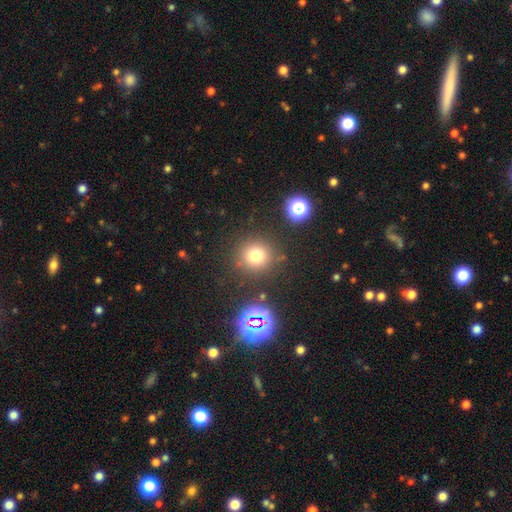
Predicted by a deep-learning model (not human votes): A smooth galaxy with no disk features (74%) that is round (93%). Merging: none (84%).